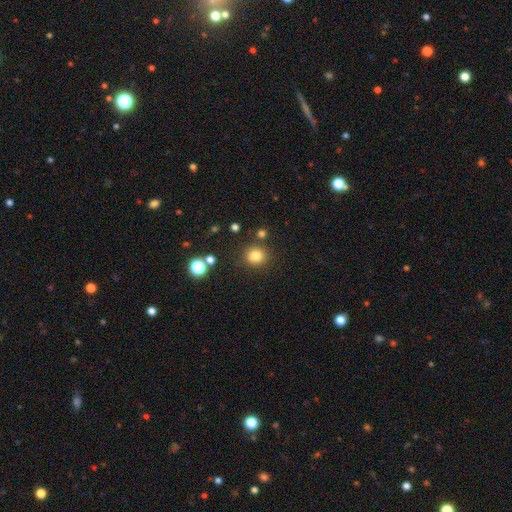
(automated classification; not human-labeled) Morphology: type=smooth (80%); roundness=round (87%); merging=none (84%).